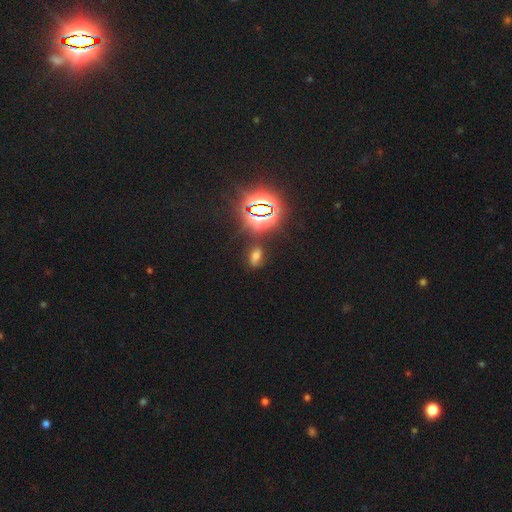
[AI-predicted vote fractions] Smooth or featured?
  - smooth: 45% *
  - star or artifact: 42%
  - featured or disk: 14%
Merging?
  - none: 77% *
  - minor disturbance: 13%
  - merger: 6%
  - major disturbance: 5%